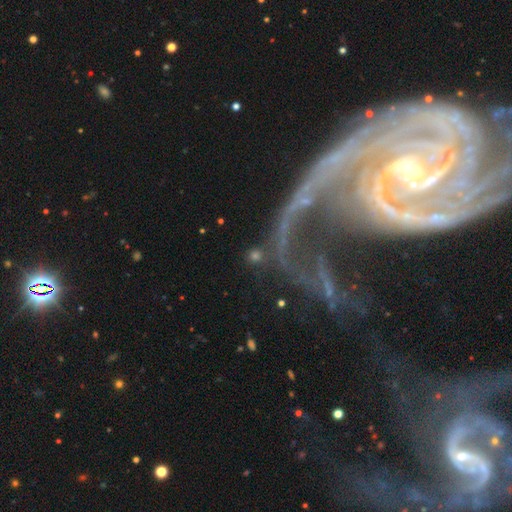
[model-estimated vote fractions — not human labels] This appears to be a smooth galaxy with no disk features (38%). Merging: none (68%).